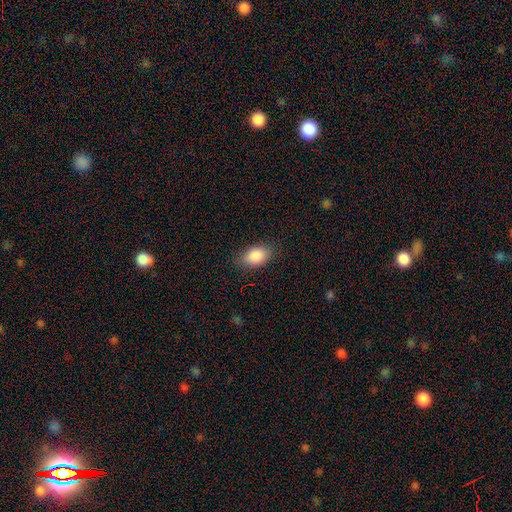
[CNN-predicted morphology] Smooth or featured? Predicted: smooth (p=0.88). How rounded? Predicted: in between (p=0.87). Merging? Predicted: none (p=0.83).